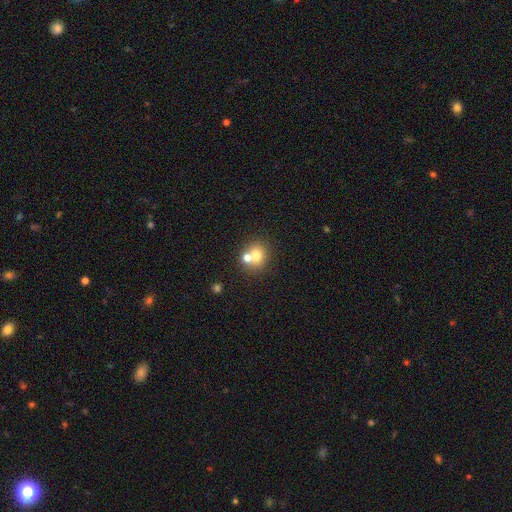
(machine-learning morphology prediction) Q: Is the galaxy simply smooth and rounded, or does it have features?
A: smooth — 72%.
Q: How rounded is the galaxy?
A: round — 78%.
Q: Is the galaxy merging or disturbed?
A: none — 49%.